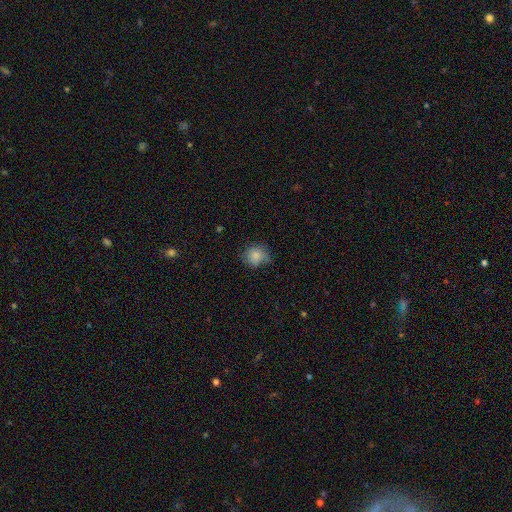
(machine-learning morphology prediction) smooth-or-featured: smooth: 80% | featured or disk: 11% | star or artifact: 9%
  how-rounded: round: 81% | in between: 18% | cigar-shaped: 1%
  merging: none: 65% | minor disturbance: 25% | major disturbance: 7% | merger: 3%